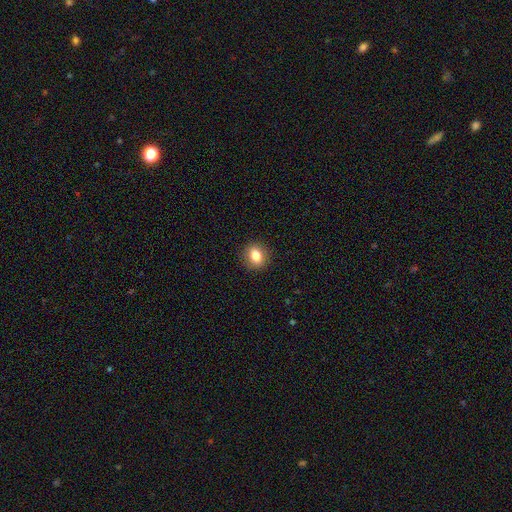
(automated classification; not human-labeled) smooth_or_featured: smooth (p=0.81) [alt: star or artifact p=0.10]
how_rounded: round (p=0.63) [alt: in between p=0.36]
merging: none (p=0.89) [alt: minor disturbance p=0.08]